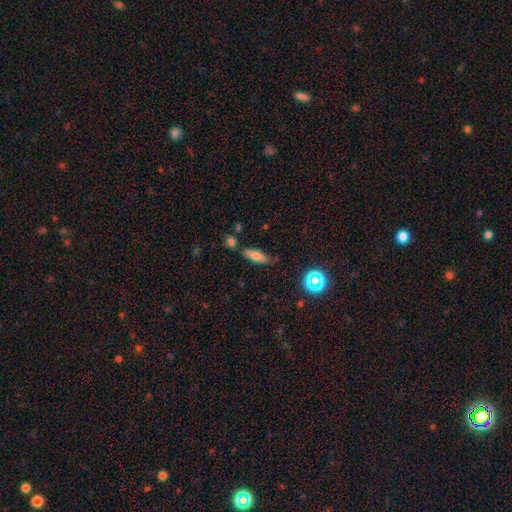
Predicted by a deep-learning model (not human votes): Smooth or featured? Predicted: smooth (p=0.72). How rounded? Predicted: cigar-shaped (p=0.49). Merging? Predicted: none (p=0.68).